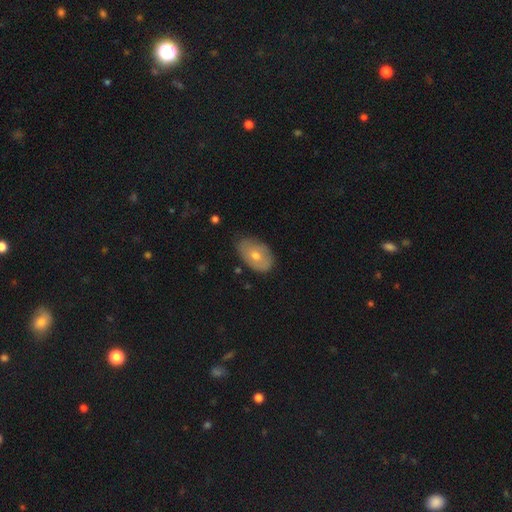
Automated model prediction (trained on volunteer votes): Overall: smooth (59%; featured or disk 33%). How rounded: in between (88%). Merging: none (68%).